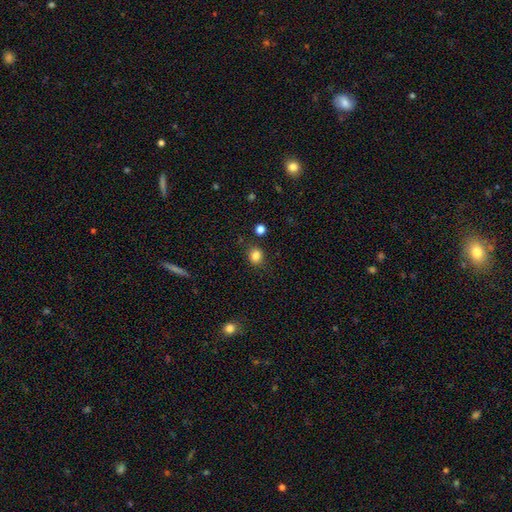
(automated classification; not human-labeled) A smooth galaxy with no disk features (83%) that is round (72%). Merging: none (83%).